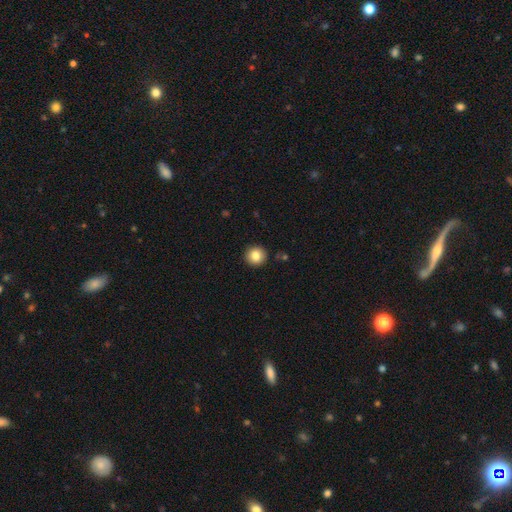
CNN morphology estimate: A smooth galaxy with no disk features (83%) that is round (95%).

Vote fractions:
- Smooth or featured? smooth: 83% / star or artifact: 9% / featured or disk: 7%
- How rounded? round: 95% / in between: 4% / cigar-shaped: 1%
- Merging? none: 92% / minor disturbance: 5% / major disturbance: 2% / merger: 1%